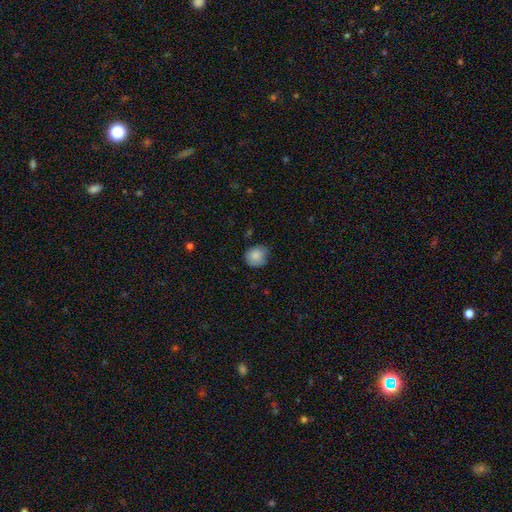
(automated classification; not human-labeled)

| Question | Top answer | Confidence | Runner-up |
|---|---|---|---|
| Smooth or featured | smooth | 85% | star or artifact (8%) |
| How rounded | round | 75% | in between (24%) |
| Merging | none | 67% | minor disturbance (27%) |